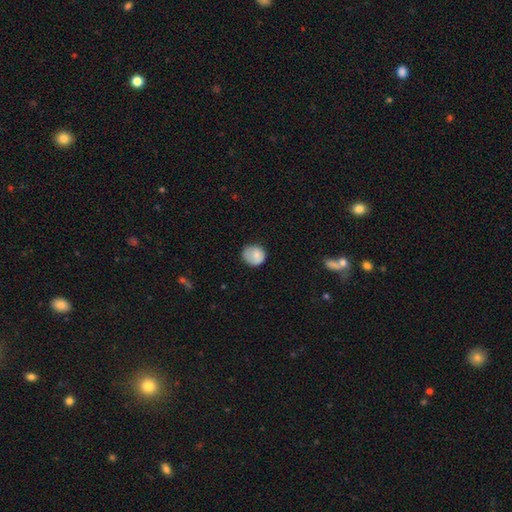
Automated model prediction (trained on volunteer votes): Smooth or featured?
  - smooth: 81% *
  - featured or disk: 11%
  - star or artifact: 8%
How rounded?
  - round: 75% *
  - in between: 24%
  - cigar-shaped: 1%
Merging?
  - none: 63% *
  - minor disturbance: 27%
  - major disturbance: 9%
  - merger: 2%